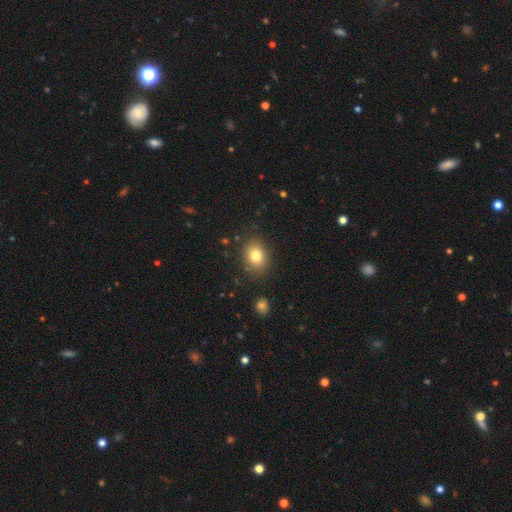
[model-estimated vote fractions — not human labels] Smooth or featured? smooth (80%)
How rounded? in between (58%)
Merging? none (84%)